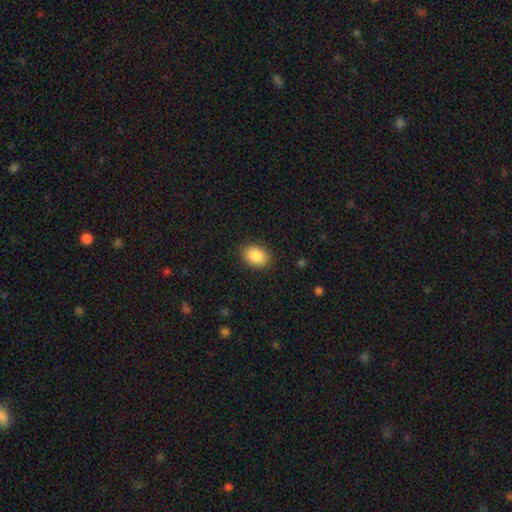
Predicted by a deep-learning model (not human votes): smooth_or_featured: smooth (p=0.89) [alt: star or artifact p=0.07]
how_rounded: in between (p=0.78) [alt: round p=0.21]
merging: none (p=0.88) [alt: minor disturbance p=0.09]